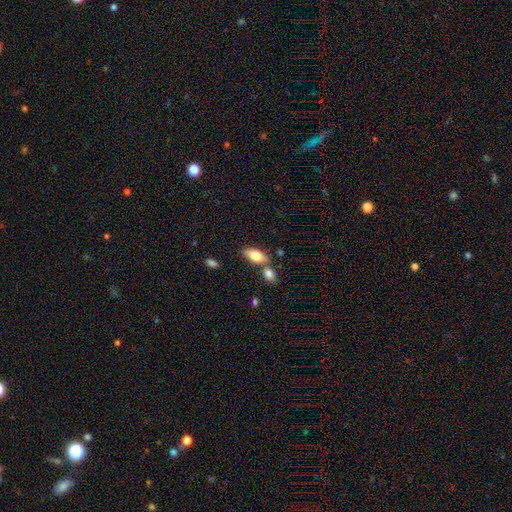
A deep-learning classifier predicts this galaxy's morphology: smooth_or_featured: smooth (p=0.80) [alt: featured or disk p=0.14]
how_rounded: in between (p=0.89) [alt: cigar-shaped p=0.07]
merging: none (p=0.61) [alt: merger p=0.24]